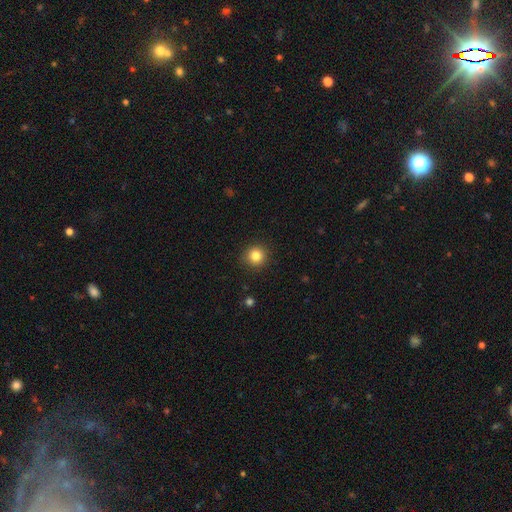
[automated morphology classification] Smooth or featured? Predicted: smooth (p=0.84). How rounded? Predicted: round (p=0.94). Merging? Predicted: none (p=0.91).